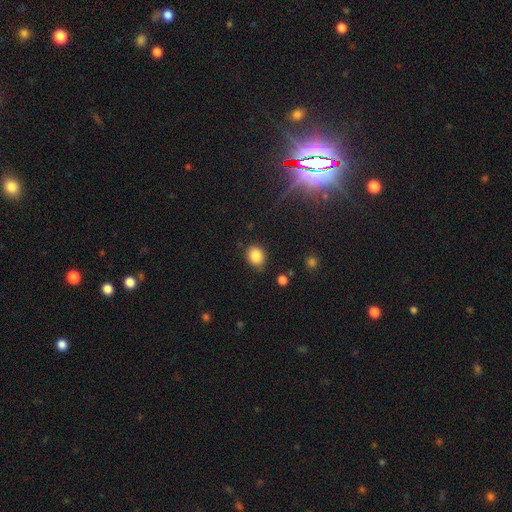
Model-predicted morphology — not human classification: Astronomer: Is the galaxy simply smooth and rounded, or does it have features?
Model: smooth — 85%.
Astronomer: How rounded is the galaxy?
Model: round — 53% (runner-up: in between, 46%).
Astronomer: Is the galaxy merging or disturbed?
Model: none — 78%.